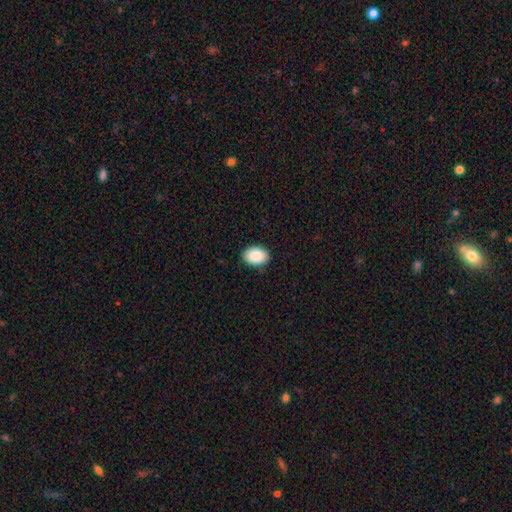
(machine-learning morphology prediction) Overall: smooth (90%). How rounded: in between (81%). Merging: none (89%).